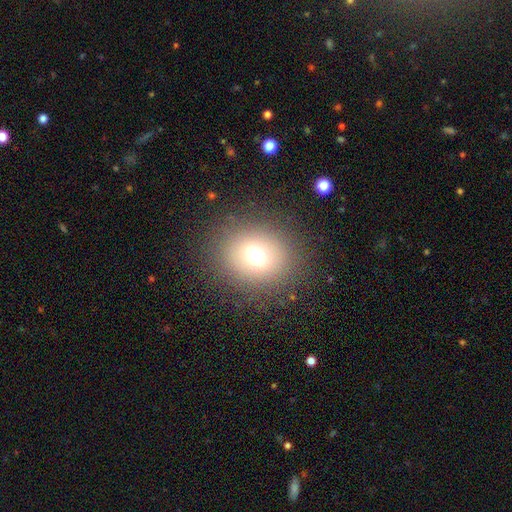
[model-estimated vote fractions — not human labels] Morphology: type=smooth (66%); roundness=round (68%); merging=none (83%).